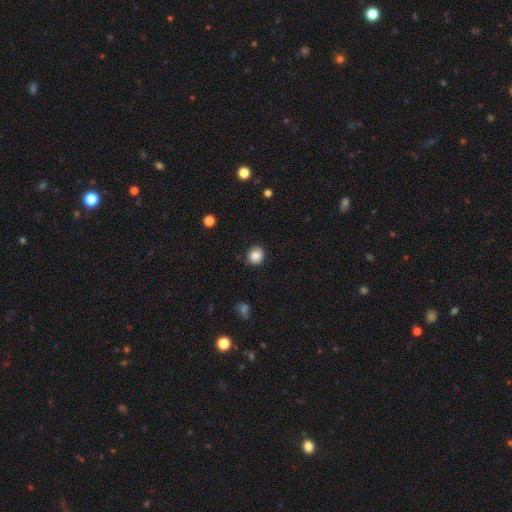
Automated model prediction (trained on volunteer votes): smooth_or_featured: smooth (p=0.86) [alt: star or artifact p=0.10]
how_rounded: round (p=0.84) [alt: in between p=0.15]
merging: none (p=0.85) [alt: minor disturbance p=0.11]